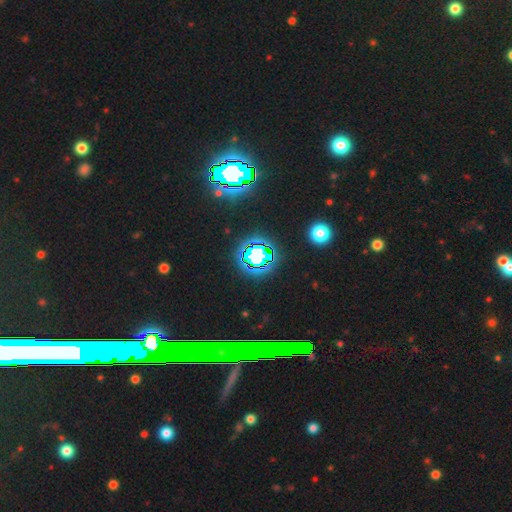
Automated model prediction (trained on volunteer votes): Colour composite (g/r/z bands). It shows a star or artifact, not a galaxy (69%).